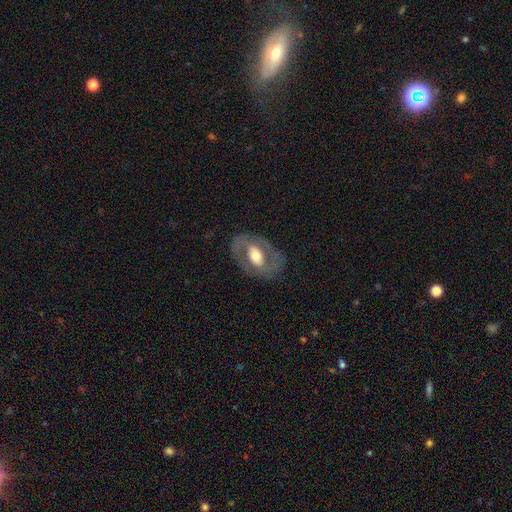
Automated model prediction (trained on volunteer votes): featured or disk 68%, smooth 26%, star or artifact 6%. Down the decision tree: edge-on disk — no (93%); bar — no (41%); spiral arms — yes (54%); bulge size — moderate (63%); merging — none (75%).